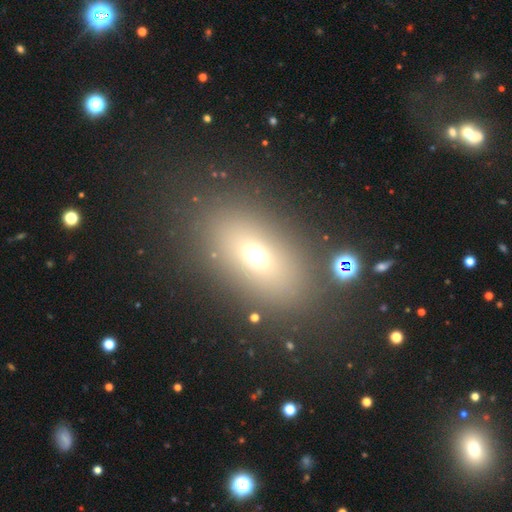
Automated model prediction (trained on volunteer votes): Smooth or featured? smooth (65%)
How rounded? in between (75%)
Merging? none (82%)